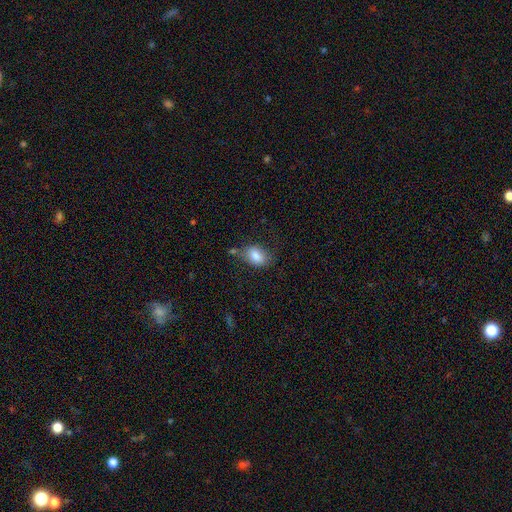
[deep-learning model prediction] smooth-or-featured: smooth: 82% | featured or disk: 9% | star or artifact: 8%
  how-rounded: in between: 81% | round: 18% | cigar-shaped: 1%
  merging: none: 65% | minor disturbance: 22% | major disturbance: 7% | merger: 6%